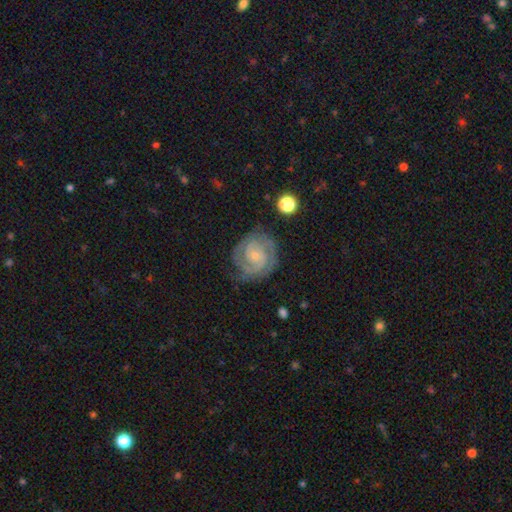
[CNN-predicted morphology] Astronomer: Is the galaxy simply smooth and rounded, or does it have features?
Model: featured or disk — 85%.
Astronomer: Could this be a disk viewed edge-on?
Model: no — 98%.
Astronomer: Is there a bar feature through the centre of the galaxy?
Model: no — 68%.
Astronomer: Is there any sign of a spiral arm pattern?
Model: yes — 96%.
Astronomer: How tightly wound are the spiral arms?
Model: tight — 67%.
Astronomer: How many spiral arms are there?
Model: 2 — 59%.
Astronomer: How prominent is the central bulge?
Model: small — 76%.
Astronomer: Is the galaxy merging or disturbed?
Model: none — 74%.